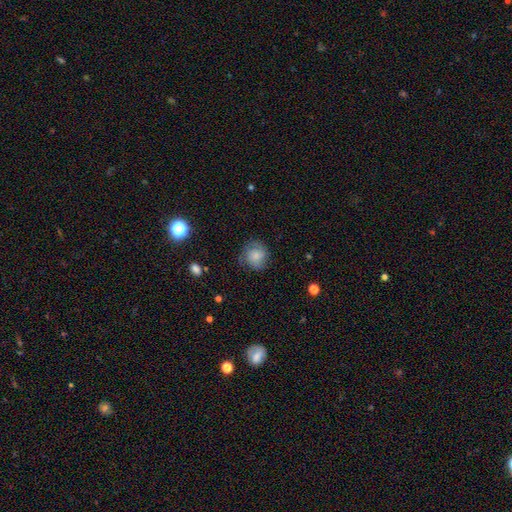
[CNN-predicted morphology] Smooth or featured? smooth (63%)
How rounded? round (85%)
Merging? none (72%)